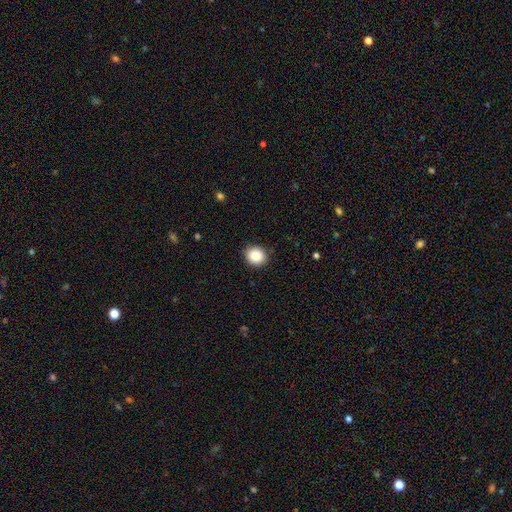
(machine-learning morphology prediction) Smooth or featured? smooth (87%)
How rounded? round (84%)
Merging? none (90%)